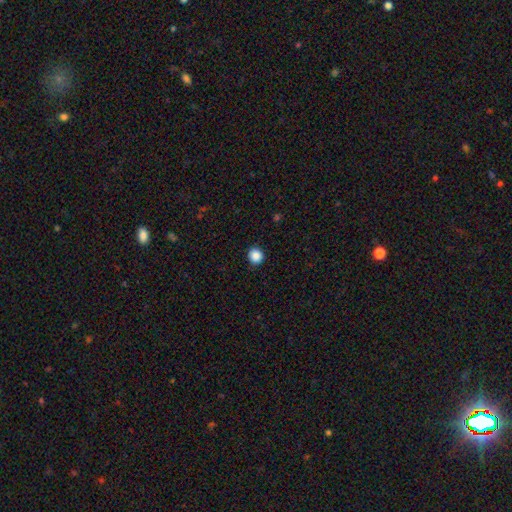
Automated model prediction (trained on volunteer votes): smooth_or_featured: smooth (p=0.88) [alt: star or artifact p=0.10]
how_rounded: round (p=0.91) [alt: in between p=0.08]
merging: none (p=0.92) [alt: minor disturbance p=0.06]